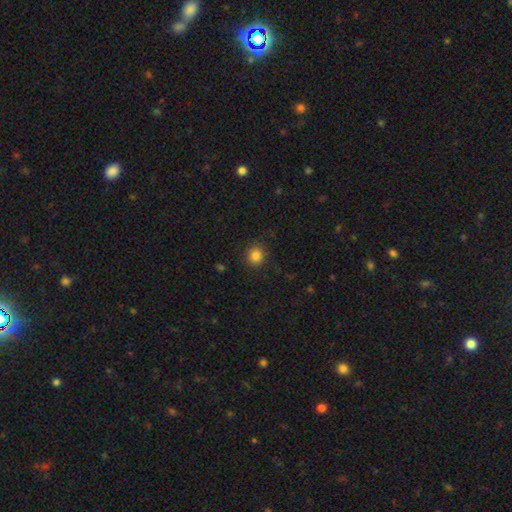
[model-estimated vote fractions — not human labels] Smooth or featured? Predicted: smooth (p=0.83). How rounded? Predicted: round (p=0.89). Merging? Predicted: none (p=0.90).